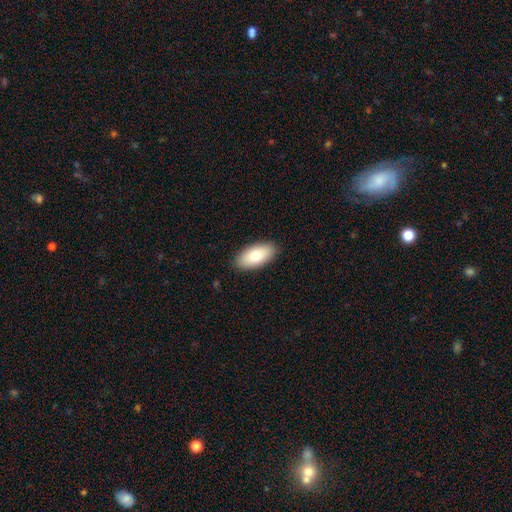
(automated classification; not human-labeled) Q: Smooth or featured?
A: smooth (79%); runner-up: featured or disk (15%)
Q: How rounded?
A: in between (93%); runner-up: cigar-shaped (5%)
Q: Merging?
A: none (89%); runner-up: minor disturbance (8%)